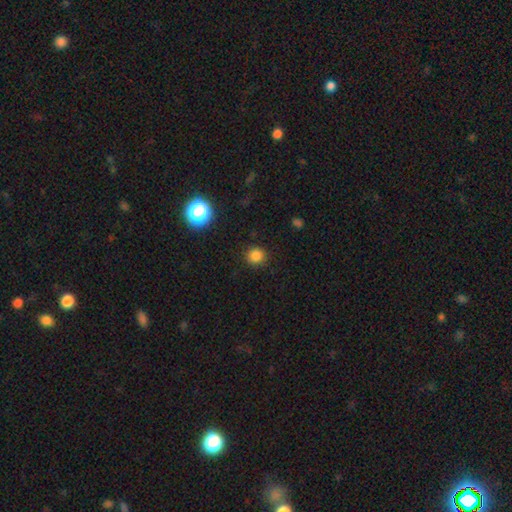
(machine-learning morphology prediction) The model was most divided on "smooth or featured": smooth: 82%, star or artifact: 14%, featured or disk: 4%. More confident: how rounded — round (91%); merging — none (89%).